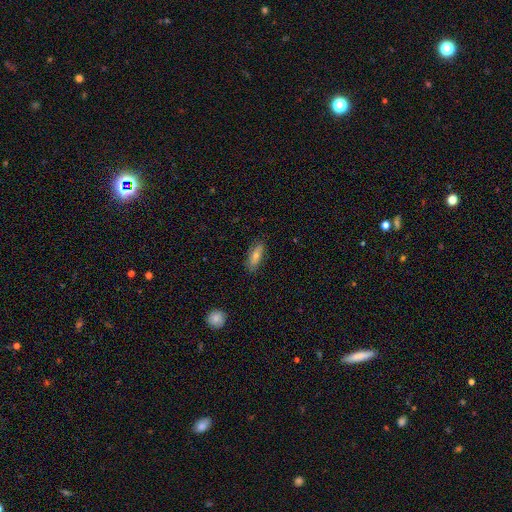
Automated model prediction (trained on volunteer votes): smooth_or_featured: smooth (p=0.59) [alt: featured or disk p=0.31]
how_rounded: in between (p=0.64) [alt: cigar-shaped p=0.32]
merging: none (p=0.83) [alt: minor disturbance p=0.14]